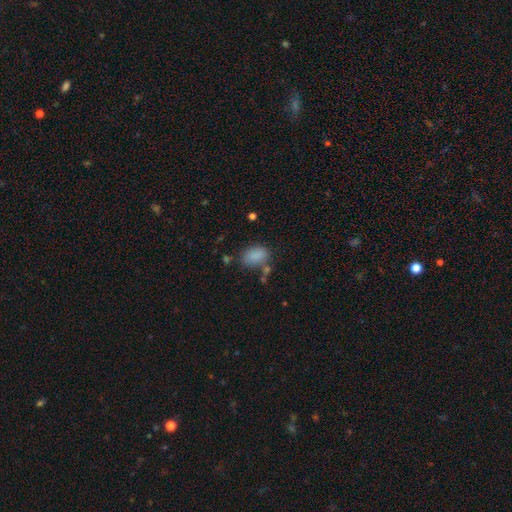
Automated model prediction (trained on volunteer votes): This appears to be a smooth galaxy with no disk features (85%) that is in between round and cigar-shaped (85%). Merging: none (67%).